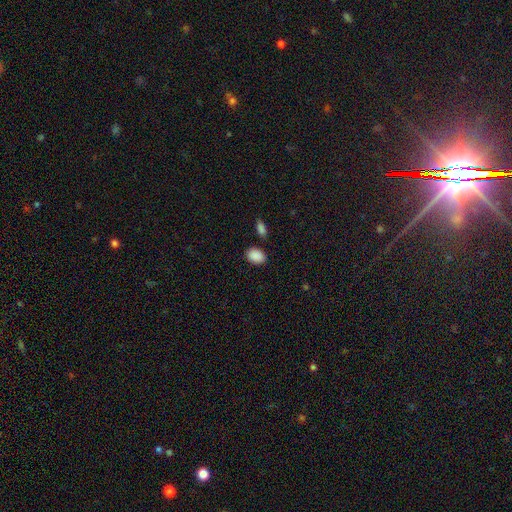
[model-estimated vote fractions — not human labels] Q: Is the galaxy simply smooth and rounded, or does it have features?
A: smooth — 90%.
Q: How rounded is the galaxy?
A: in between — 79%.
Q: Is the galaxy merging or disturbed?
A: none — 83%.